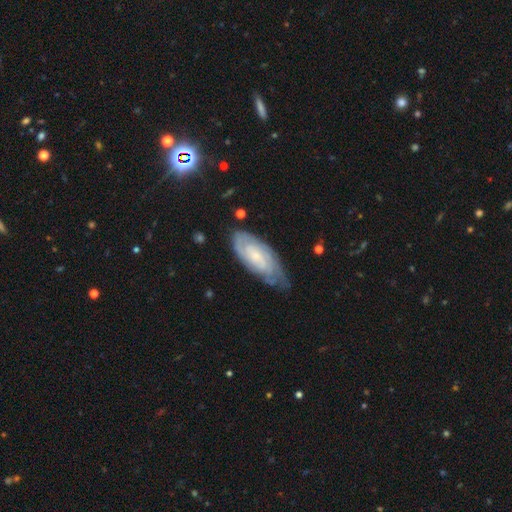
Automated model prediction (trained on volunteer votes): smooth_or_featured: featured or disk (p=0.70) [alt: smooth p=0.23]
disk_edge_on: no (p=0.91) [alt: yes p=0.09]
bar: no (p=0.60) [alt: weak p=0.34]
has_spiral_arms: yes (p=0.90) [alt: no p=0.10]
spiral_winding: tight (p=0.66) [alt: medium p=0.27]
spiral_arm_count: can't tell (p=0.48) [alt: 2 p=0.32]
bulge_size: small (p=0.66) [alt: moderate p=0.24]
merging: none (p=0.60) [alt: minor disturbance p=0.30]